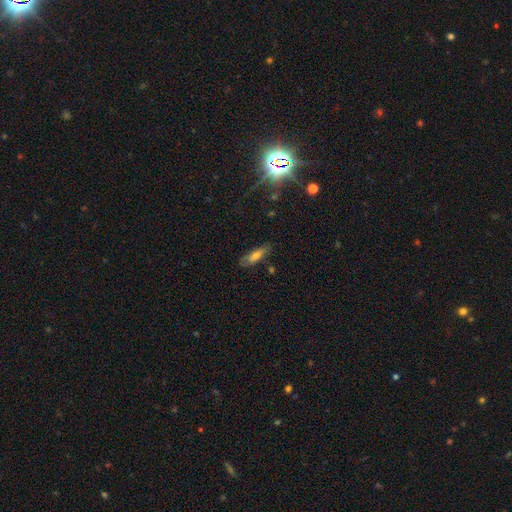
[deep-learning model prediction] Smooth or featured? Predicted: smooth (p=0.55). How rounded? Predicted: cigar-shaped (p=0.50). Merging? Predicted: none (p=0.72).